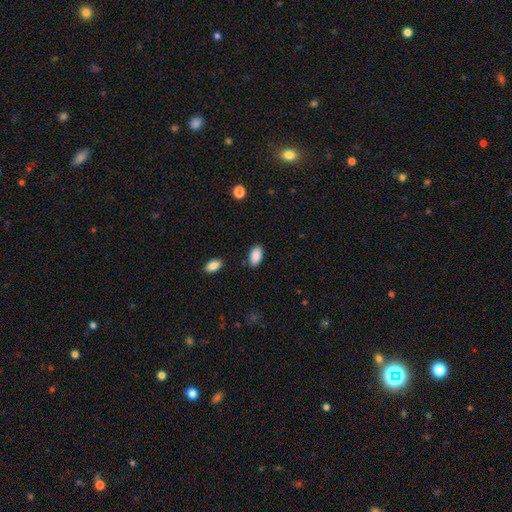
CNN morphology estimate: Smooth or featured: smooth — 89% (star or artifact — 7%)
How rounded: in between — 94% (round — 5%)
Merging: none — 83% (minor disturbance — 12%)